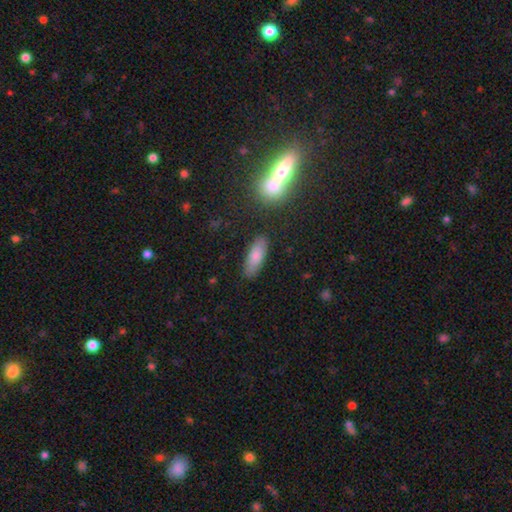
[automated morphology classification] Smooth or featured: smooth — 80% (featured or disk — 13%)
How rounded: in between — 66% (cigar-shaped — 32%)
Merging: none — 85% (minor disturbance — 11%)